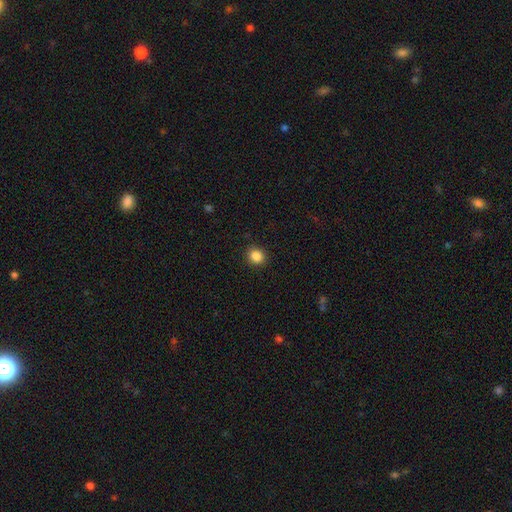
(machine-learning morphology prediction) Smooth or featured? Predicted: smooth (p=0.86). How rounded? Predicted: round (p=0.74). Merging? Predicted: none (p=0.90).